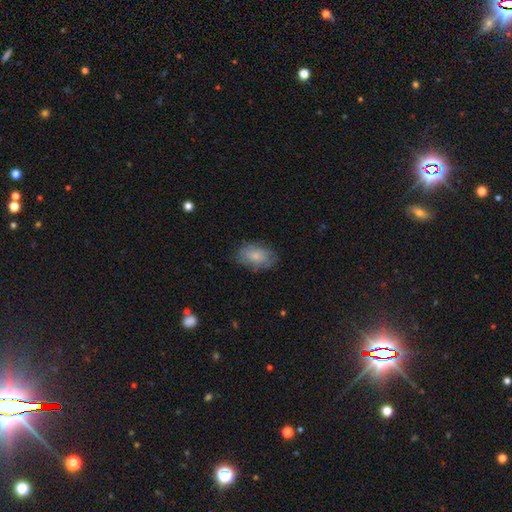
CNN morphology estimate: A smooth galaxy with no disk features (74%) that is in between round and cigar-shaped (89%).

Vote fractions:
- Smooth or featured? smooth: 74% / featured or disk: 20% / star or artifact: 7%
- How rounded? in between: 89% / round: 9% / cigar-shaped: 2%
- Merging? none: 74% / minor disturbance: 20% / major disturbance: 6% / merger: 1%